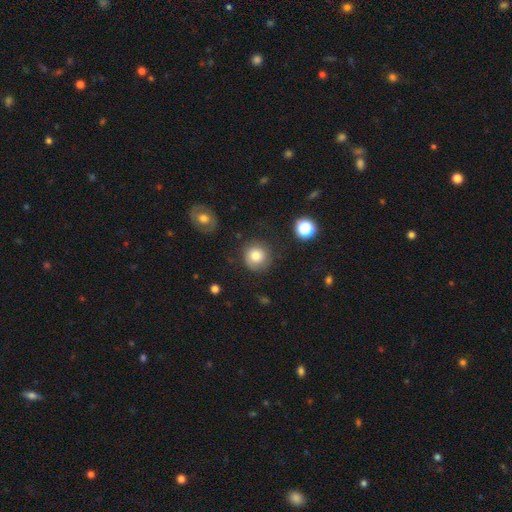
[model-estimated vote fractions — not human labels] A smooth galaxy with no disk features (81%) that is round (91%).

Vote fractions:
- Smooth or featured? smooth: 81% / star or artifact: 10% / featured or disk: 9%
- How rounded? round: 91% / in between: 8% / cigar-shaped: 1%
- Merging? none: 80% / minor disturbance: 12% / major disturbance: 5% / merger: 3%